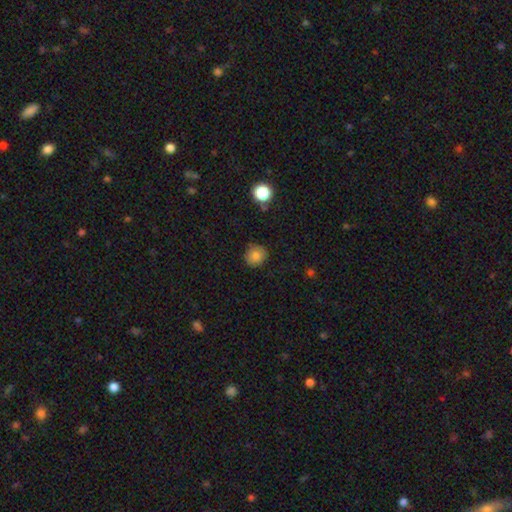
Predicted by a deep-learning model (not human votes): Smooth or featured: smooth — 81% (star or artifact — 11%)
How rounded: round — 88% (in between — 11%)
Merging: none — 86% (minor disturbance — 10%)